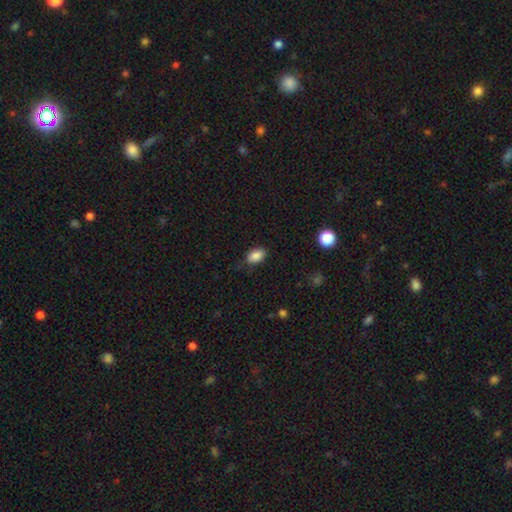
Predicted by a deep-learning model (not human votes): A smooth galaxy with no disk features (86%) that is in between round and cigar-shaped (89%). Merging: none (79%).